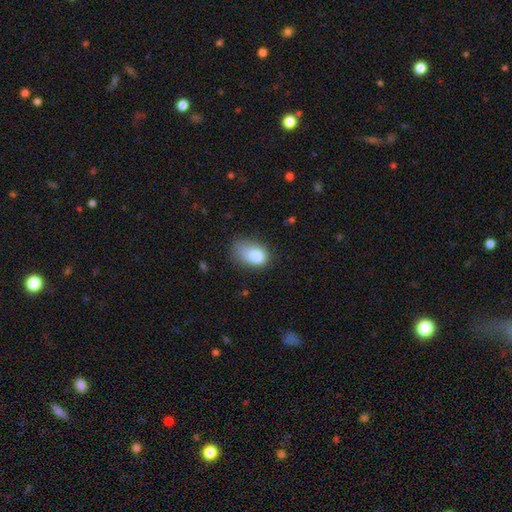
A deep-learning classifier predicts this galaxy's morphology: Overall: smooth (80%). How rounded: in between (83%). Merging: minor disturbance (41%; none 34%).